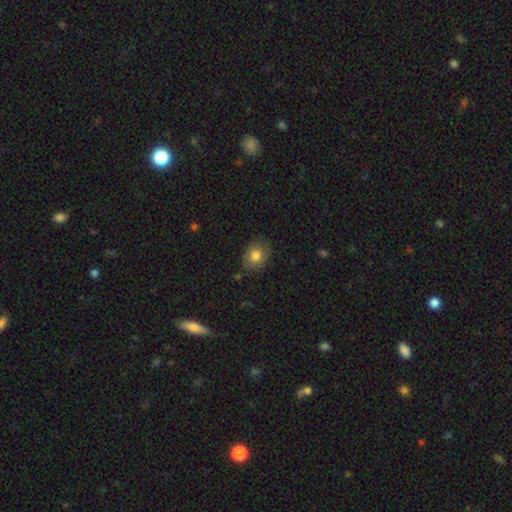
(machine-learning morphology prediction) This is likely a smooth galaxy (76%). How rounded: possibly in between (55%). Merging: likely none (80%).